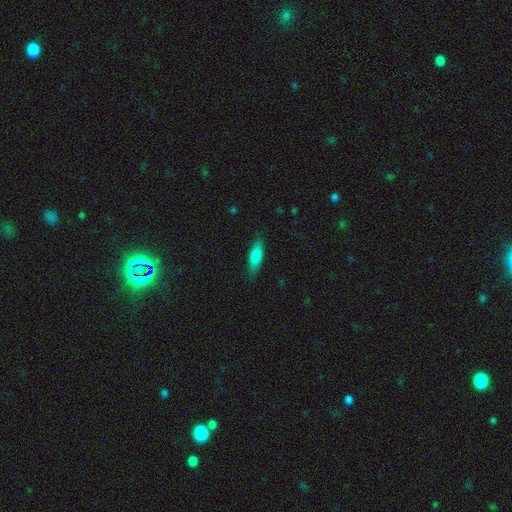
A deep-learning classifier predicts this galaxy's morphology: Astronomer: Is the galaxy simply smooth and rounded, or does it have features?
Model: smooth — 74%.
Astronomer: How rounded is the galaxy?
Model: cigar-shaped — 49%, tied with in between at 49%.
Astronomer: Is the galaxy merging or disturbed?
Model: none — 84%.